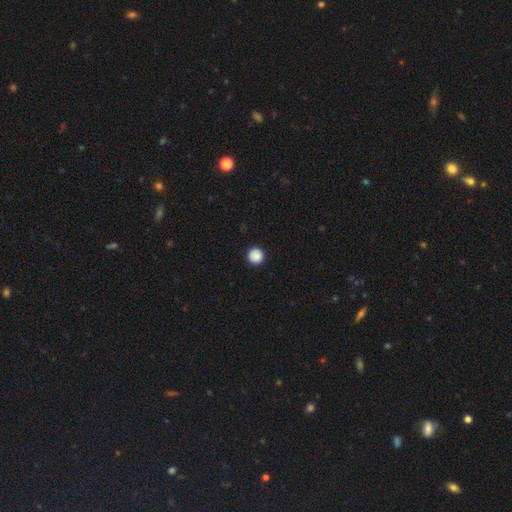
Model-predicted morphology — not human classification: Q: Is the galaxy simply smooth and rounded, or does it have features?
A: smooth — 88%.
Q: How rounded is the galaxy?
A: round — 96%.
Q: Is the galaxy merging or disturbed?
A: none — 93%.